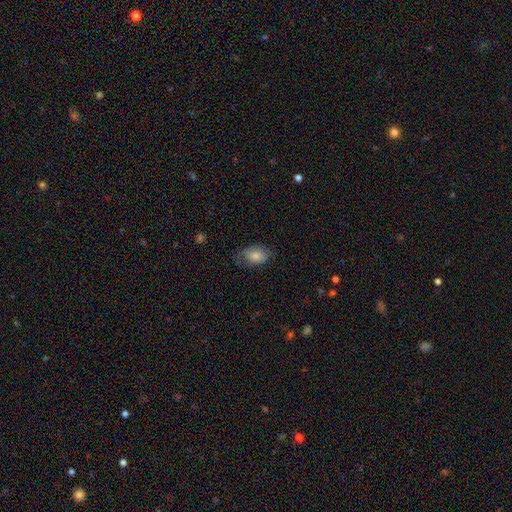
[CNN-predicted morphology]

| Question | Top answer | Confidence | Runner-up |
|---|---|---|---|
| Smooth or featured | smooth | 76% | featured or disk (17%) |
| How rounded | in between | 88% | round (11%) |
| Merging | none | 58% | minor disturbance (28%) |